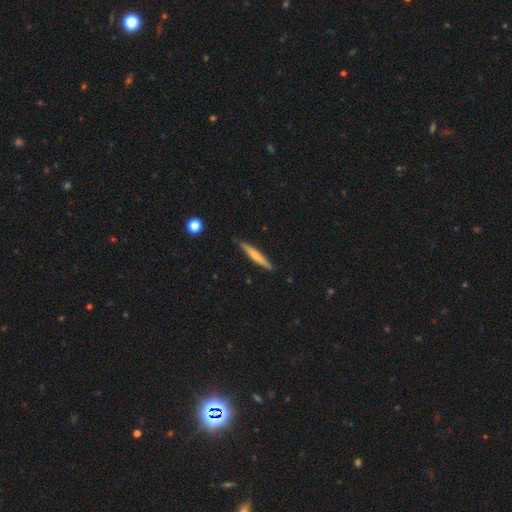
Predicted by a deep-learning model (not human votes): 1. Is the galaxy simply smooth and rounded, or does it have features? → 51% smooth, 44% featured or disk, 5% star or artifact.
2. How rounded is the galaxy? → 94% cigar-shaped, 4% in between, 1% round.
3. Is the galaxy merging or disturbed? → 86% none, 11% minor disturbance, 2% major disturbance, 2% merger.